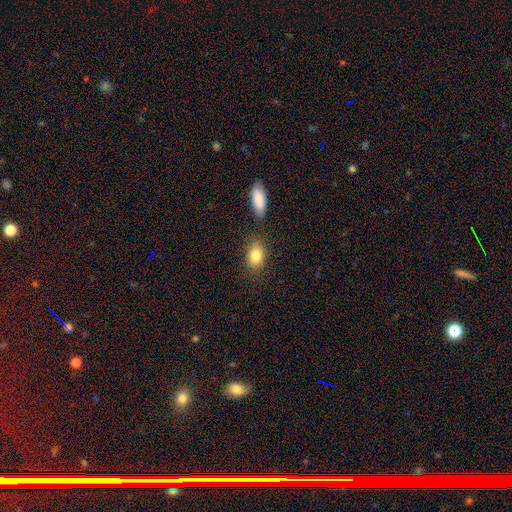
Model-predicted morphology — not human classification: smooth 82%, featured or disk 9%, star or artifact 9%. Down the decision tree: how rounded — in between (73%); merging — none (74%).